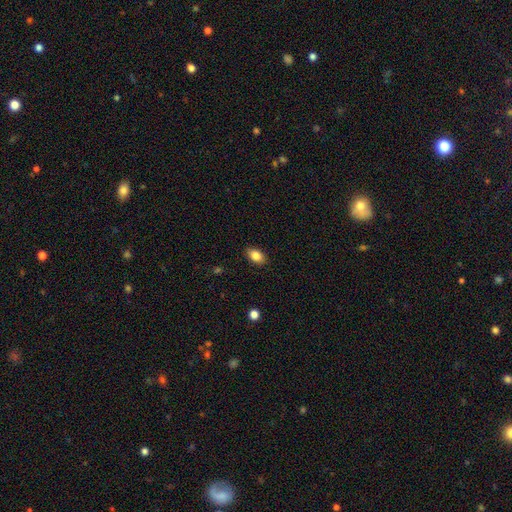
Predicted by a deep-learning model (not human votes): Smooth or featured: smooth — 85% (star or artifact — 8%)
How rounded: in between — 87% (round — 11%)
Merging: none — 88% (minor disturbance — 9%)